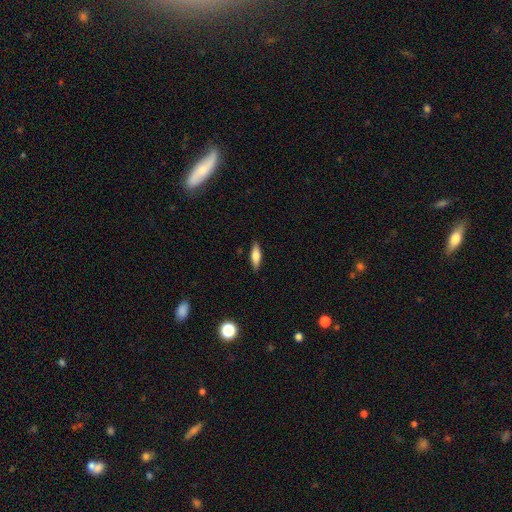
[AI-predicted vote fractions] Smooth or featured? Predicted: smooth (p=0.68). How rounded? Predicted: in between (p=0.50). Merging? Predicted: none (p=0.86).